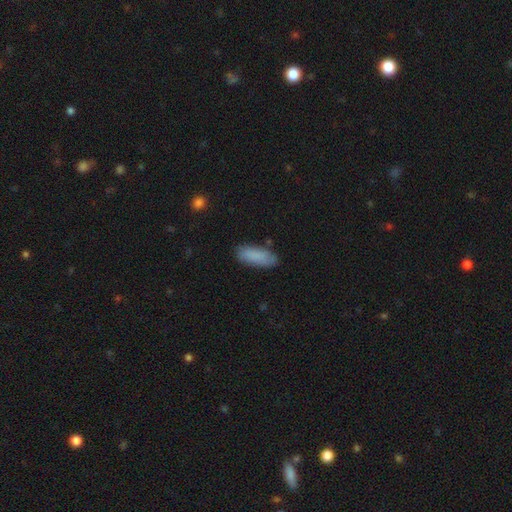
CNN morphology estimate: smooth-or-featured: smooth: 86% | featured or disk: 8% | star or artifact: 7%
  how-rounded: in between: 70% | cigar-shaped: 29% | round: 2%
  merging: none: 78% | minor disturbance: 17% | major disturbance: 3% | merger: 2%